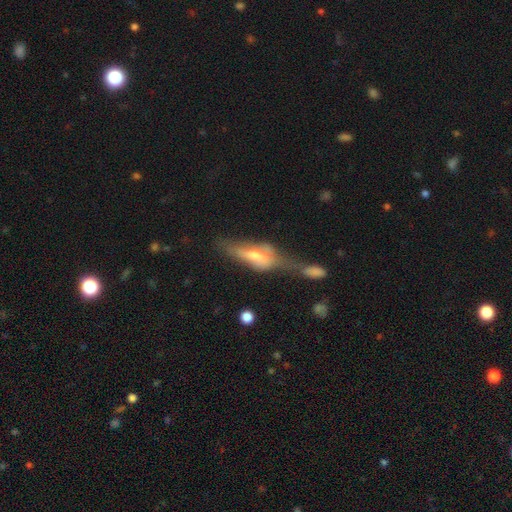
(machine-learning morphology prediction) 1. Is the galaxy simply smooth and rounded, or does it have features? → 55% featured or disk, 36% smooth, 9% star or artifact.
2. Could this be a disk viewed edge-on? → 54% yes, 46% no.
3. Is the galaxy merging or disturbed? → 41% merger, 24% major disturbance, 20% none, 15% minor disturbance.